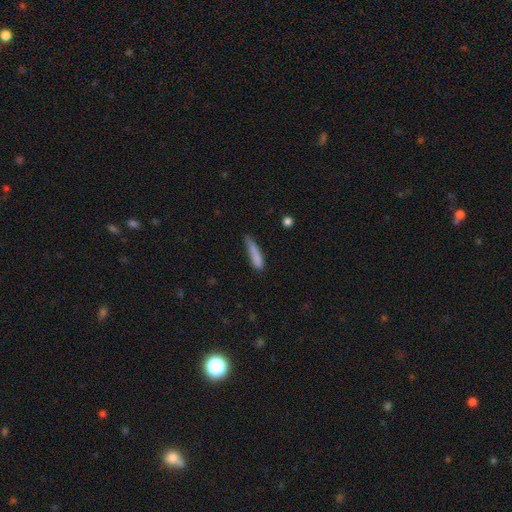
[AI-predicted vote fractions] A smooth galaxy with no disk features (82%) that is cigar-shaped (85%). Merging: none (60%).